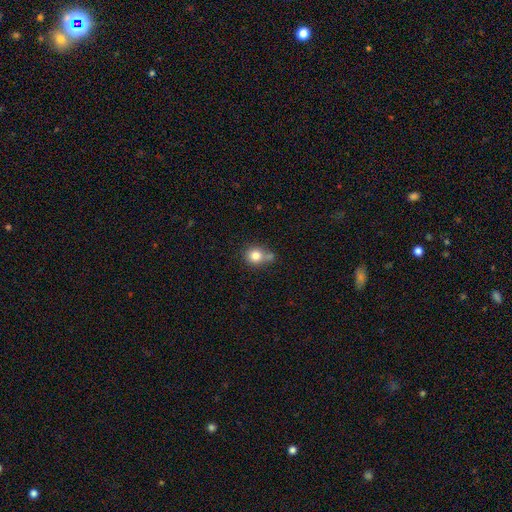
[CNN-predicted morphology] Smooth or featured? smooth (81%)
How rounded? round (85%)
Merging? none (56%)